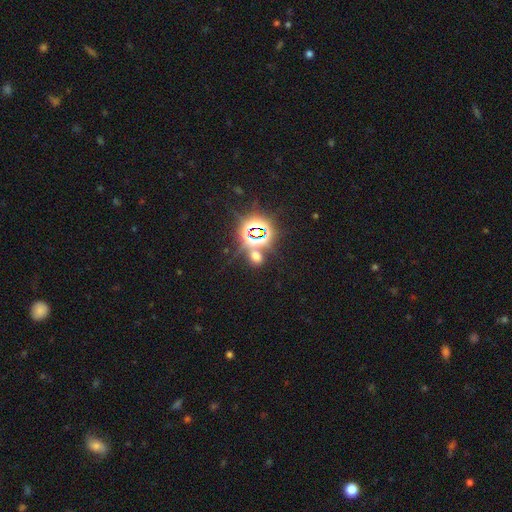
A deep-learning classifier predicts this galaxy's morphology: smooth_or_featured: star or artifact (p=0.54) [alt: smooth p=0.39]